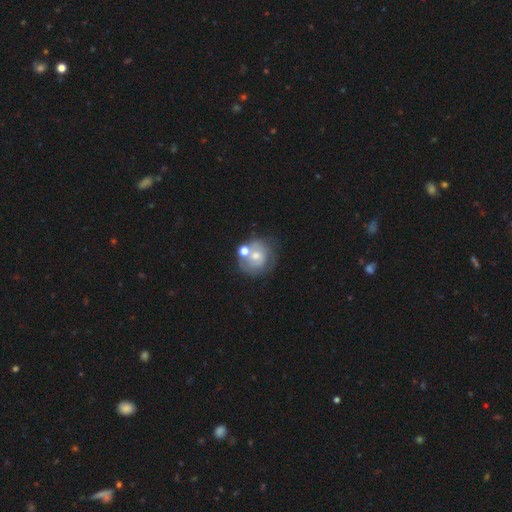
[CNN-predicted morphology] Overall: featured or disk (55%; smooth 36%). Edge-on disk: no (97%). Bar: no (72%). Spiral arms: yes (65%; no 35%). Bulge size: moderate (50%; small 38%). Merging: none (47%; merger 24%).